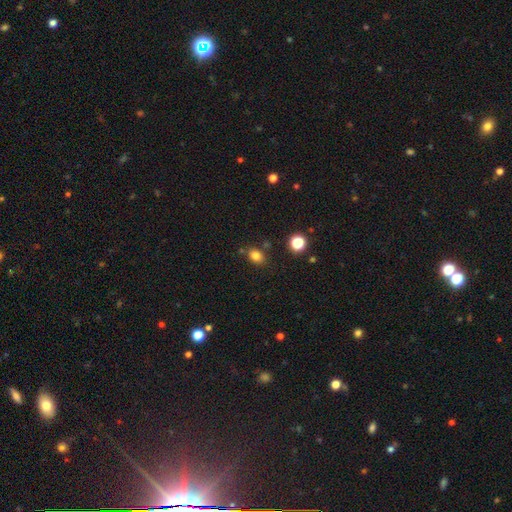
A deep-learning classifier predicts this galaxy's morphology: Q: Smooth or featured?
A: smooth (81%); runner-up: star or artifact (13%)
Q: How rounded?
A: in between (63%); runner-up: round (36%)
Q: Merging?
A: none (77%); runner-up: minor disturbance (13%)